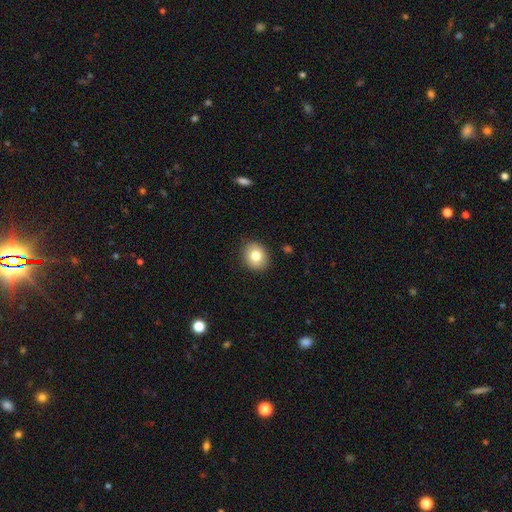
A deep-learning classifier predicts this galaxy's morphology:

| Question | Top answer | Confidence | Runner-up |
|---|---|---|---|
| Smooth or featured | smooth | 79% | featured or disk (12%) |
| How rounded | round | 63% | in between (36%) |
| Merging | none | 88% | minor disturbance (9%) |